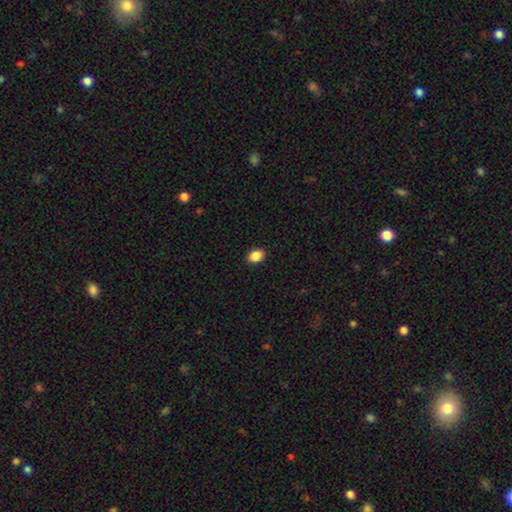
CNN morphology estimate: type=smooth (89%); roundness=in between (77%); merging=none (91%).